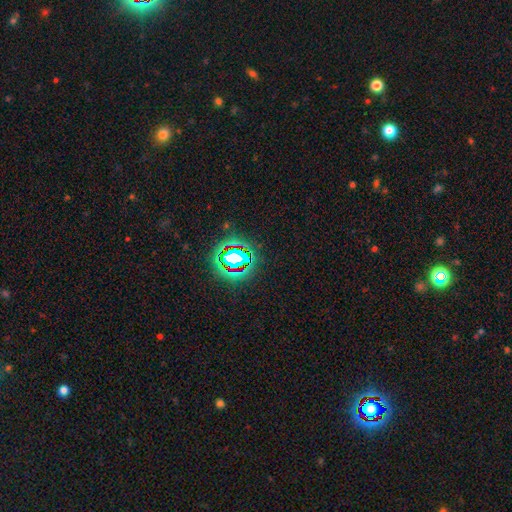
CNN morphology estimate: Smooth or featured?
  - star or artifact: 78% *
  - smooth: 13%
  - featured or disk: 9%